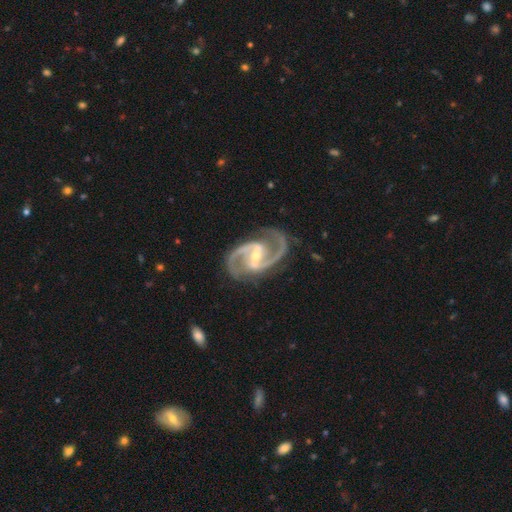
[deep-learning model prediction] This is clearly a featured or disk galaxy (94%). It is clearly not viewed edge-on (98%). Bar: possibly strong (55%). Spiral arm pattern: clearly yes (99%). Spiral arm count: clearly 2 (93%). Spiral winding: likely medium (68%). Central bulge: possibly small (59%). Merging: clearly none (81%).